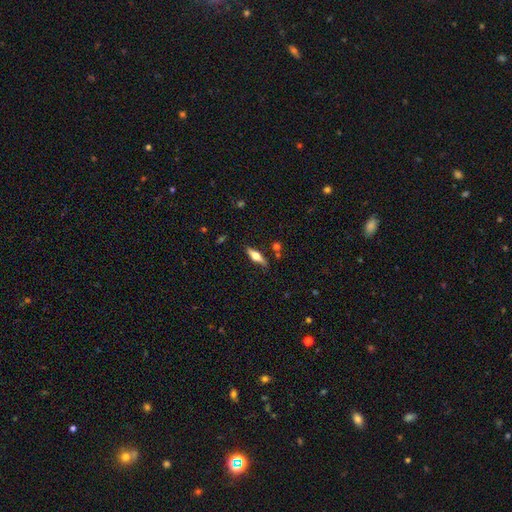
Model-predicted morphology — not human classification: type=featured or disk (54%); edge-on=yes (93%); merging=none (79%).